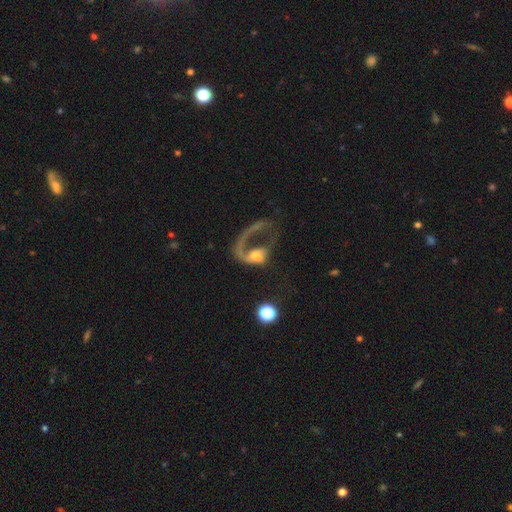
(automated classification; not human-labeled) Q: Smooth or featured?
A: featured or disk (69%); runner-up: smooth (23%)
Q: Edge-on disk?
A: no (96%); runner-up: yes (4%)
Q: Bar?
A: no (66%); runner-up: weak (25%)
Q: Spiral arms?
A: yes (76%); runner-up: no (24%)
Q: Bulge size?
A: moderate (47%); runner-up: small (32%)
Q: Merging?
A: major disturbance (61%); runner-up: none (21%)